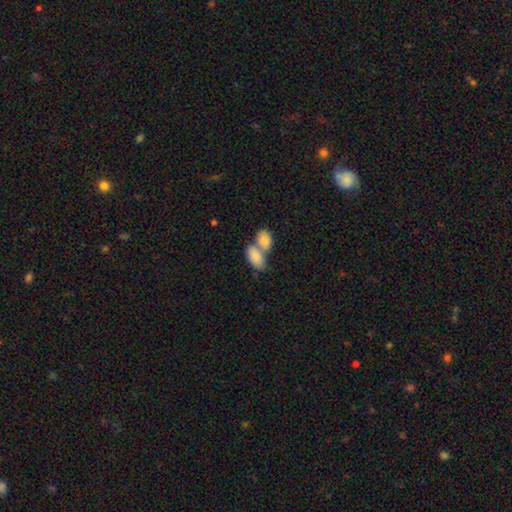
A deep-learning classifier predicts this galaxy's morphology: Smooth or featured? Predicted: smooth (p=0.83). How rounded? Predicted: in between (p=0.93). Merging? Predicted: merger (p=0.67).